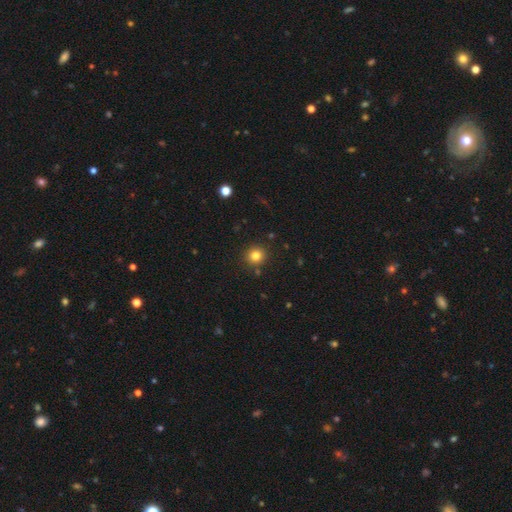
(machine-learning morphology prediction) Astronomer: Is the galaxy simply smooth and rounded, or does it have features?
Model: smooth — 81%.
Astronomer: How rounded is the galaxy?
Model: round — 93%.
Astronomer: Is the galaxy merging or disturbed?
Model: none — 89%.